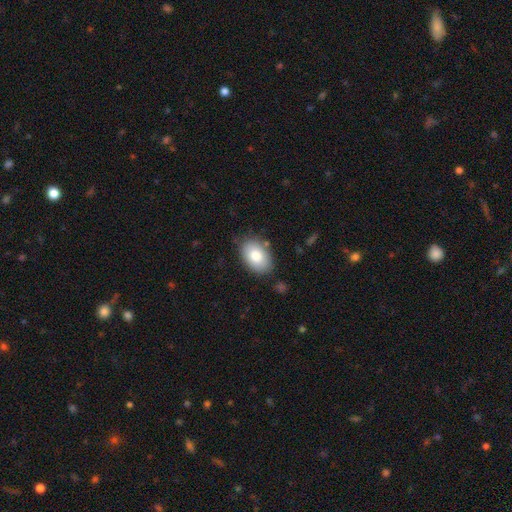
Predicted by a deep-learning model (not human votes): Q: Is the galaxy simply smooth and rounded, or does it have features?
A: smooth — 81%.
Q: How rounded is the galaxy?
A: in between — 88%.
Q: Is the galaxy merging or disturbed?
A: none — 82%.